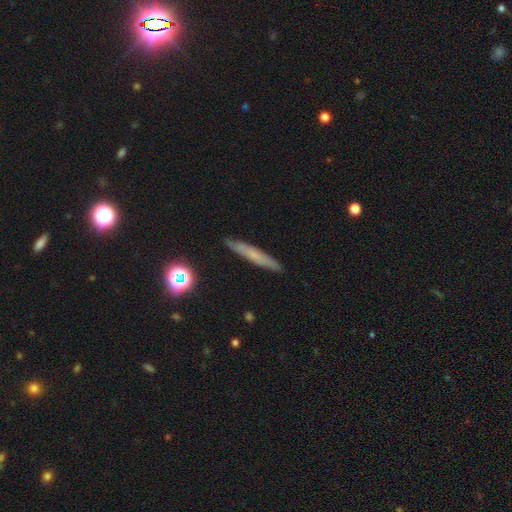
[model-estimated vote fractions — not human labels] smooth_or_featured: smooth (p=0.53) [alt: featured or disk p=0.37]
how_rounded: cigar-shaped (p=0.93) [alt: in between p=0.05]
merging: none (p=0.87) [alt: minor disturbance p=0.10]